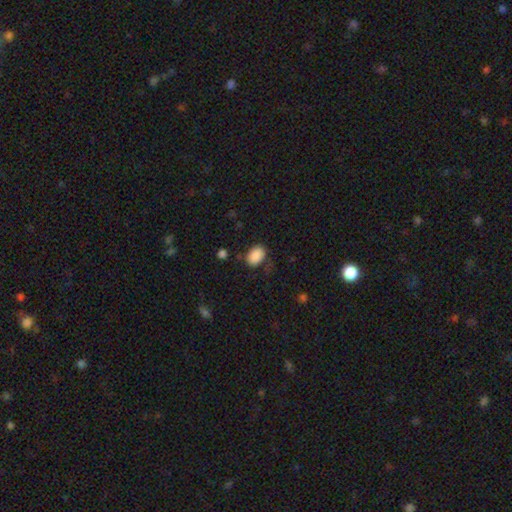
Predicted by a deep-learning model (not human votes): Smooth or featured? smooth (88%)
How rounded? in between (81%)
Merging? none (75%)